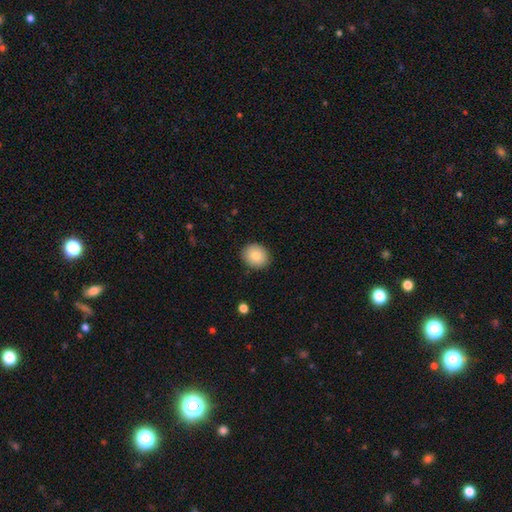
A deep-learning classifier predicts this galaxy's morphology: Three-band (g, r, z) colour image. It shows a smooth galaxy with no disk features (83%) that is round (78%). Merging: none (90%).